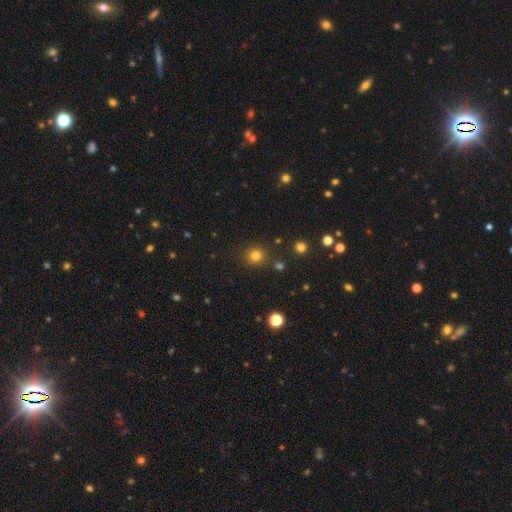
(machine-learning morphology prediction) Smooth or featured? Predicted: smooth (p=0.79). How rounded? Predicted: round (p=0.90). Merging? Predicted: none (p=0.85).